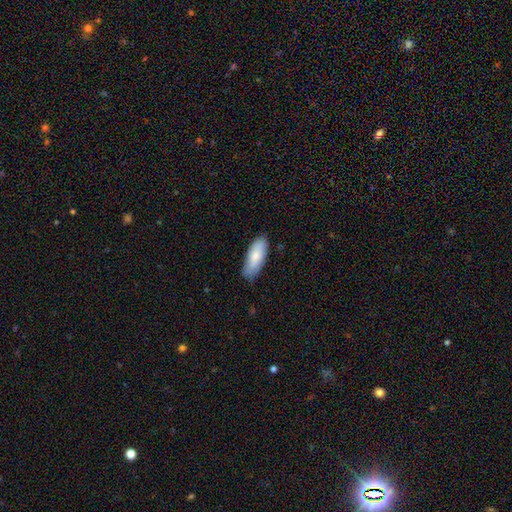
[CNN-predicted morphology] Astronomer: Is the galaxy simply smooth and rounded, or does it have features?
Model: smooth — 78%.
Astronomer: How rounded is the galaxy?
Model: in between — 74%.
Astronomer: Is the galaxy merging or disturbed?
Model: none — 79%.